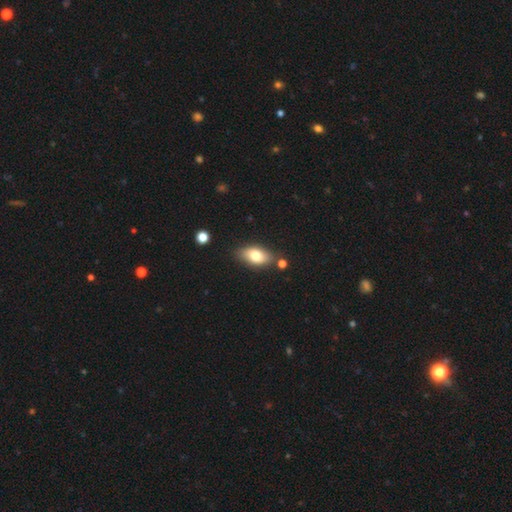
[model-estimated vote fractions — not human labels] This appears to be a smooth galaxy with no disk features (76%) that is in between round and cigar-shaped (90%). Merging: none (80%).